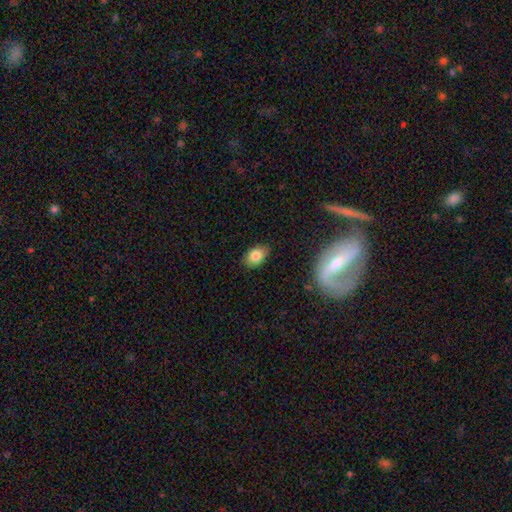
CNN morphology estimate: type=smooth (82%); roundness=in between (85%); merging=none (84%).